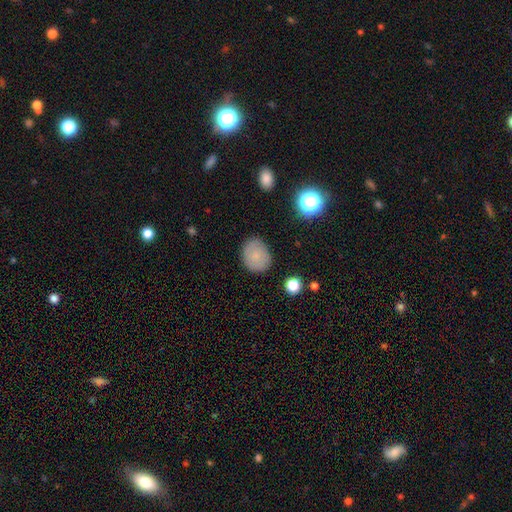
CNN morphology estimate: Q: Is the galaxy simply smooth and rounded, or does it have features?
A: smooth — 77%.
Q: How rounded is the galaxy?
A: round — 59%.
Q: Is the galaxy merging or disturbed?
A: none — 82%.